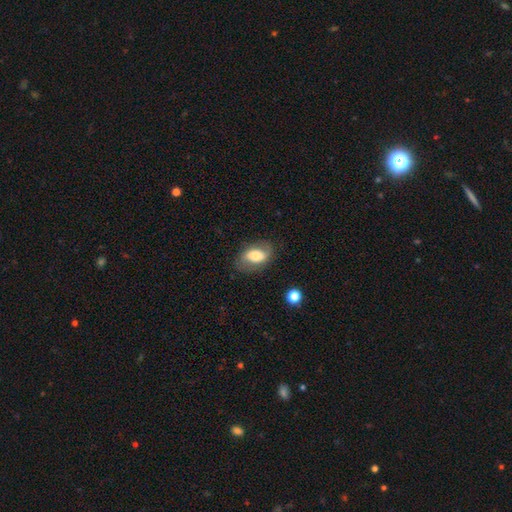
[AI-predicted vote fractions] A smooth galaxy with no disk features (56%) that is in between round and cigar-shaped (86%).

Vote fractions:
- Smooth or featured? smooth: 56% / featured or disk: 36% / star or artifact: 8%
- How rounded? in between: 86% / round: 12% / cigar-shaped: 2%
- Merging? none: 73% / minor disturbance: 18% / major disturbance: 7% / merger: 1%